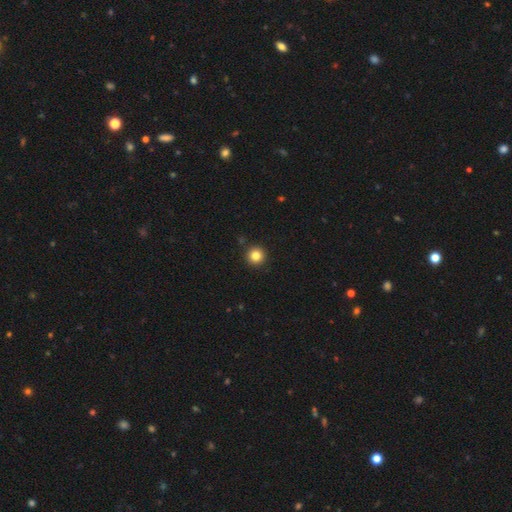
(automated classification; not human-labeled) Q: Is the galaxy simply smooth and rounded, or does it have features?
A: smooth — 83%.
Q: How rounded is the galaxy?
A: round — 96%.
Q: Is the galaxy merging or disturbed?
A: none — 92%.